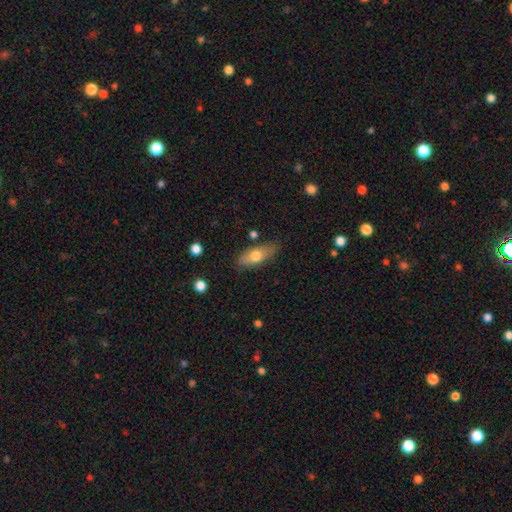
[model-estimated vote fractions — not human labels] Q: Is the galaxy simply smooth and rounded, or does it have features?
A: smooth — 66%.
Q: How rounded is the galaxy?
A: in between — 73%.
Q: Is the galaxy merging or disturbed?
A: none — 77%.